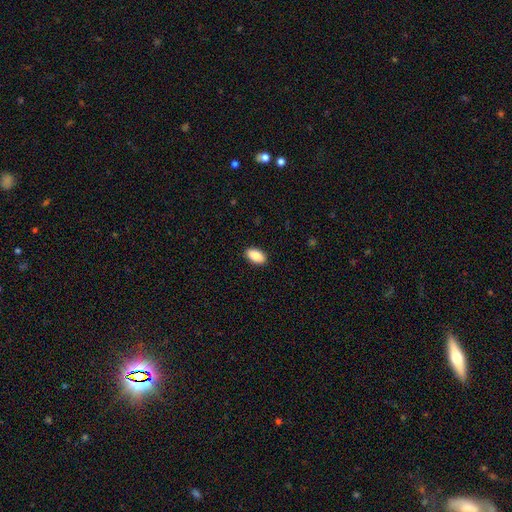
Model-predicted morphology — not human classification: Overall: smooth (89%). How rounded: in between (93%). Merging: none (90%).